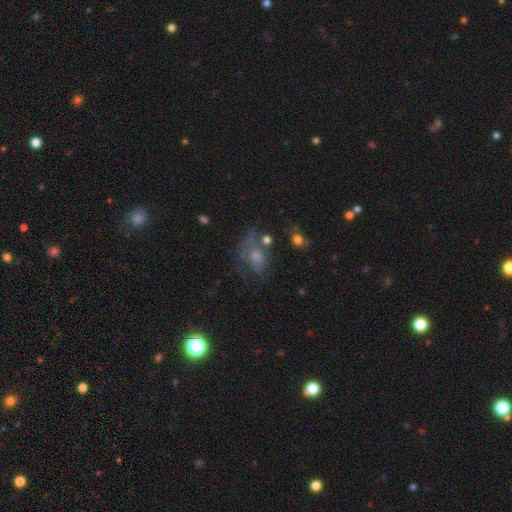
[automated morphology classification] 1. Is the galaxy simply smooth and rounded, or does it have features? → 38% smooth (tied), 38% featured or disk (tied), 25% star or artifact.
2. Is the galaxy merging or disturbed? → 47% none, 22% minor disturbance, 22% major disturbance, 9% merger.